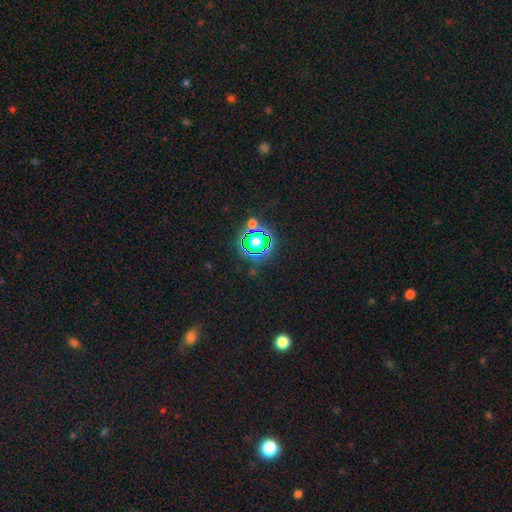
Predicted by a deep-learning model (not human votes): A star or artifact, not a galaxy (78%).